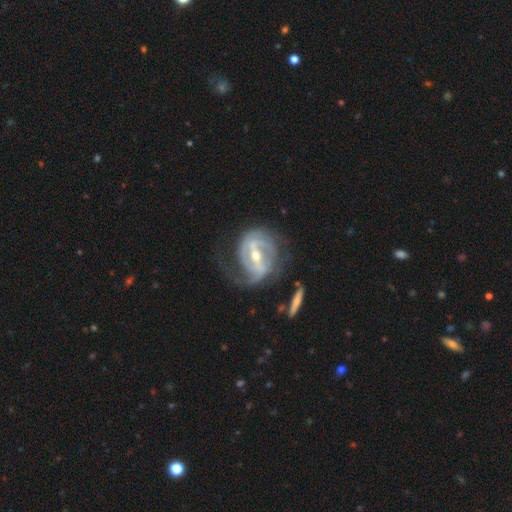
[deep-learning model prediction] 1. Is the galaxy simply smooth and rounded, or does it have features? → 90% featured or disk, 5% smooth, 5% star or artifact.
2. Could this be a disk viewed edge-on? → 96% no, 4% yes.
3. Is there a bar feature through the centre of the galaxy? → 63% strong, 29% weak, 8% no.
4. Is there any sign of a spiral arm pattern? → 95% yes, 5% no.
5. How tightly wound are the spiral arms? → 42% medium, 40% tight, 17% loose.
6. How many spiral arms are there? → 64% 2, 13% can't tell, 12% 3, 6% 1, 3% 4, 2% more than 4.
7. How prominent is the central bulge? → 54% moderate, 42% small, 2% large, 1% none, 1% dominant.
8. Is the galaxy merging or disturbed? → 57% none, 21% minor disturbance, 18% major disturbance, 4% merger.